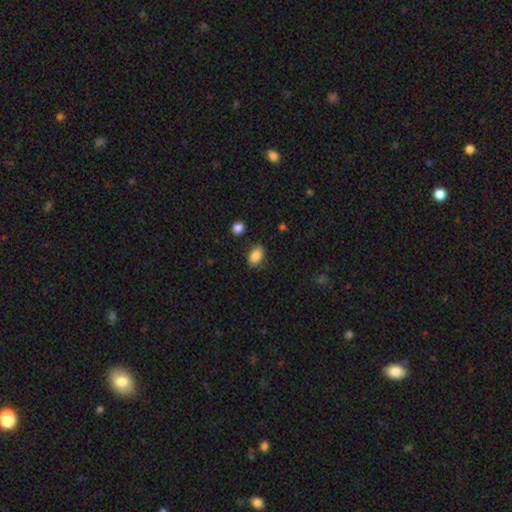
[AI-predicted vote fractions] Overall: smooth (87%). How rounded: in between (85%). Merging: none (81%).